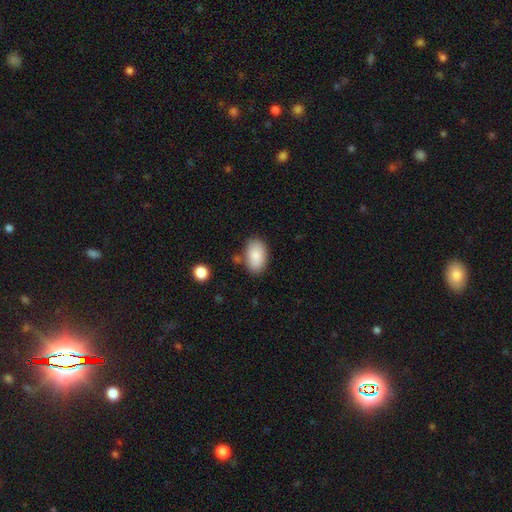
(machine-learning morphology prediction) type=smooth (86%); roundness=in between (93%); merging=none (76%).